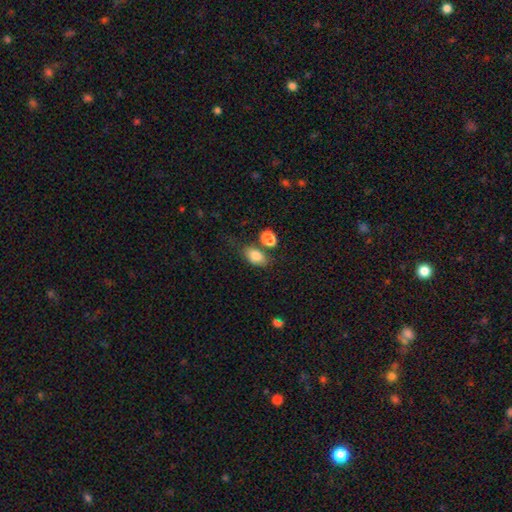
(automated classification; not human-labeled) Smooth or featured? smooth (82%)
How rounded? in between (84%)
Merging? none (54%)